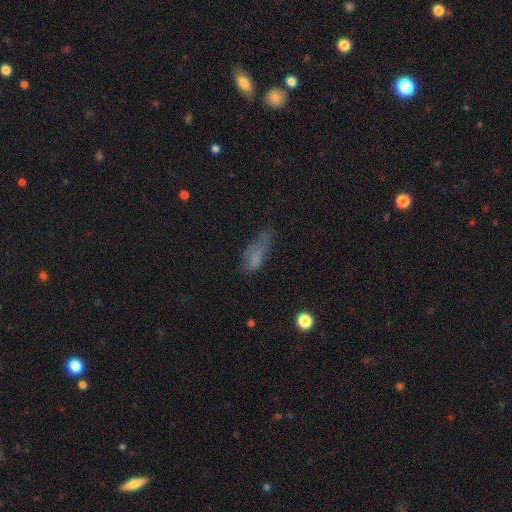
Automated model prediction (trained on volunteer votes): Morphology: type=smooth (68%); roundness=in between (59%); merging=none (39%).